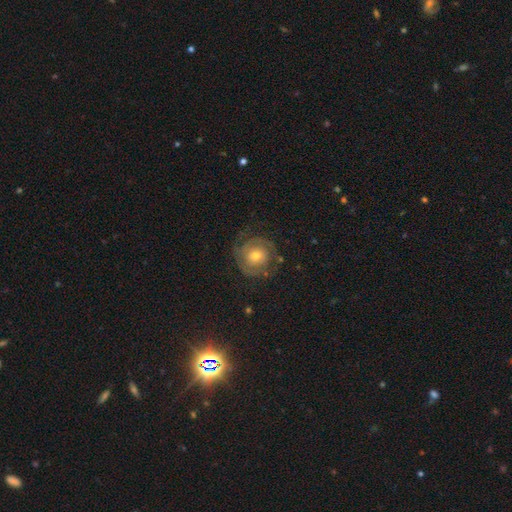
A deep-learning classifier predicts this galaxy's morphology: Smooth or featured?
  - featured or disk: 75% *
  - smooth: 18%
  - star or artifact: 7%
Edge-on disk?
  - no: 98% *
  - yes: 2%
Bar?
  - no: 70% *
  - weak: 25%
  - strong: 6%
Spiral arms?
  - yes: 87% *
  - no: 13%
Spiral winding?
  - tight: 66% *
  - medium: 26%
  - loose: 8%
Spiral arm count?
  - 2: 55% *
  - can't tell: 24%
  - 3: 9%
  - 1: 5%
  - 4: 3%
  - more than 4: 3%
Bulge size?
  - moderate: 63% *
  - small: 30%
  - large: 5%
  - none: 1%
  - dominant: 1%
Merging?
  - none: 74% *
  - minor disturbance: 15%
  - major disturbance: 9%
  - merger: 1%